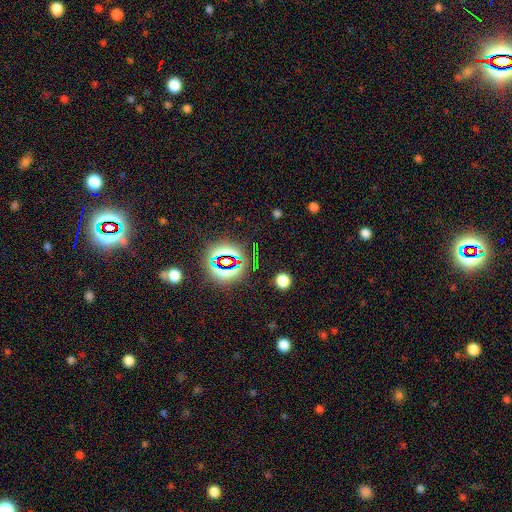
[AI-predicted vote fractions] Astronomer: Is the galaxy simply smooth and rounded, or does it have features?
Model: star or artifact — 66%.